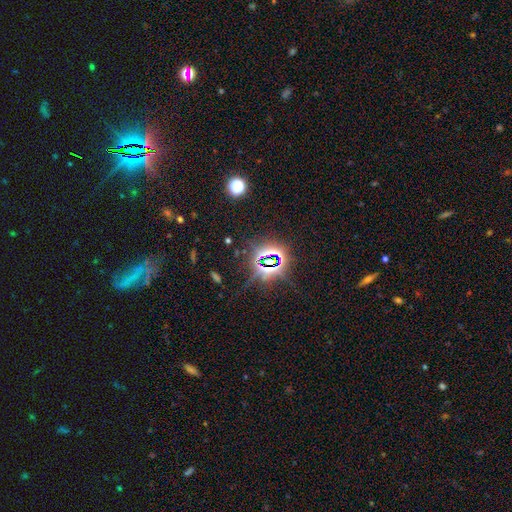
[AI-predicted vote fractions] Smooth or featured? Predicted: star or artifact (p=0.81).